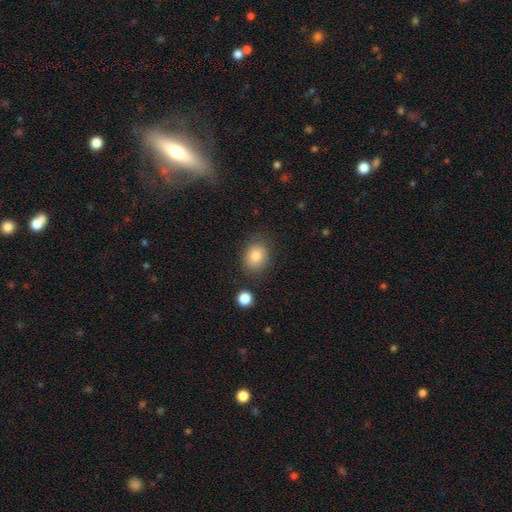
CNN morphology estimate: A smooth galaxy with no disk features (83%) that is round (61%). Merging: none (82%).